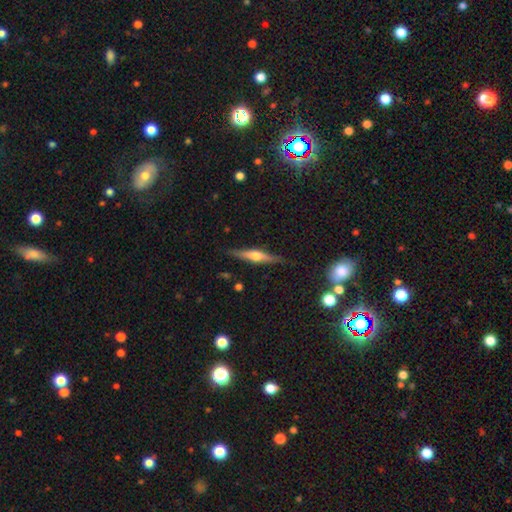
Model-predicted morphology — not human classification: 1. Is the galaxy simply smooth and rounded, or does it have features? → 69% featured or disk, 25% smooth, 6% star or artifact.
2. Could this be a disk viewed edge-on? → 97% yes, 3% no.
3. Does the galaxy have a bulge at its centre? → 90% rounded, 7% boxy, 3% none.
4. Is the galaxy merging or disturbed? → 87% none, 10% minor disturbance, 2% major disturbance, 1% merger.